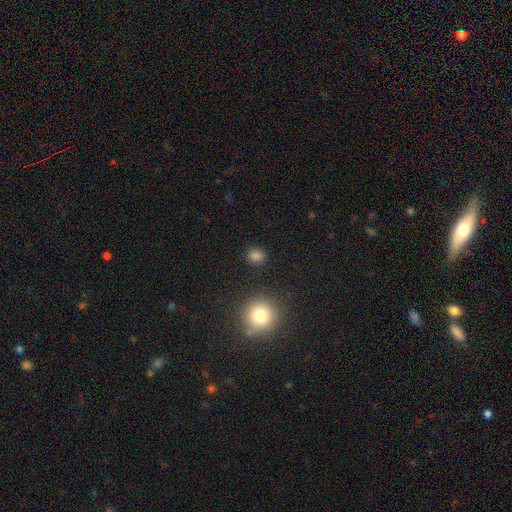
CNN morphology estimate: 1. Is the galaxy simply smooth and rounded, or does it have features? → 81% smooth, 15% star or artifact, 4% featured or disk.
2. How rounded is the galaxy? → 76% round, 23% in between, 1% cigar-shaped.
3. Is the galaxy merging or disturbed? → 87% none, 8% minor disturbance, 3% major disturbance, 2% merger.